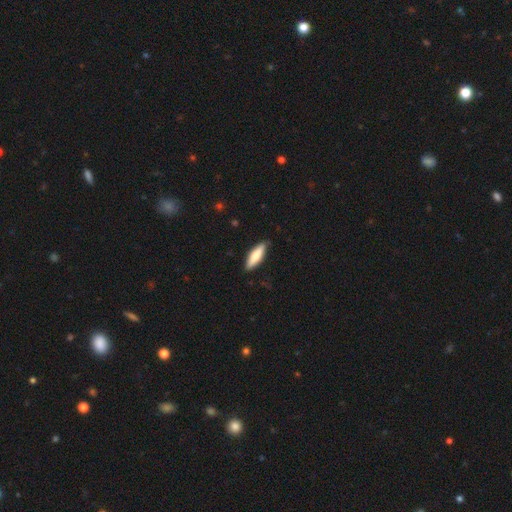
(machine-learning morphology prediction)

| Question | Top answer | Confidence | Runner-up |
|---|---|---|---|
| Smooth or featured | smooth | 74% | featured or disk (21%) |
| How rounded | cigar-shaped | 55% | in between (43%) |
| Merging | none | 87% | minor disturbance (10%) |